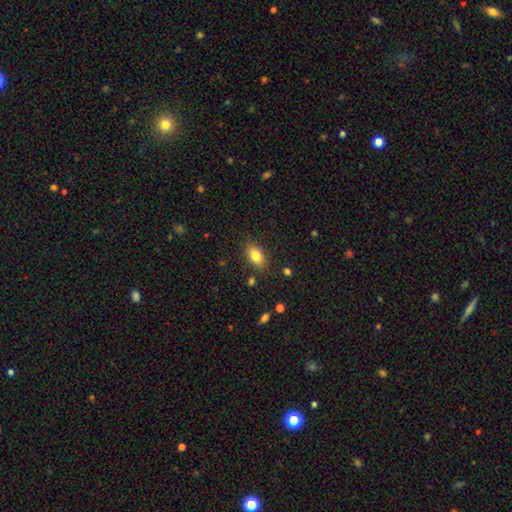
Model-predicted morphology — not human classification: Q: Smooth or featured?
A: smooth (82%); runner-up: featured or disk (10%)
Q: How rounded?
A: in between (86%); runner-up: round (11%)
Q: Merging?
A: none (83%); runner-up: minor disturbance (12%)